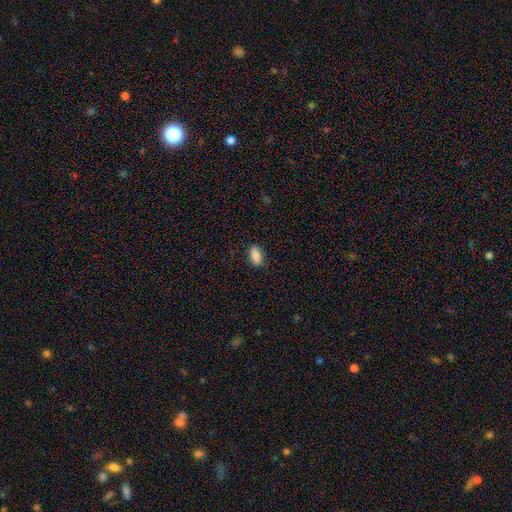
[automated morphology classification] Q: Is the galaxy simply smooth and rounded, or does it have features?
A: smooth — 87%.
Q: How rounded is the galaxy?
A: in between — 88%.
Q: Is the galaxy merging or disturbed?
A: none — 86%.